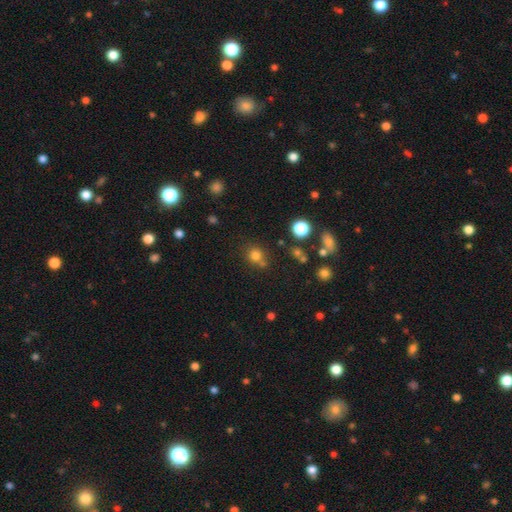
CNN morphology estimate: type=smooth (76%); roundness=round (78%); merging=none (62%).